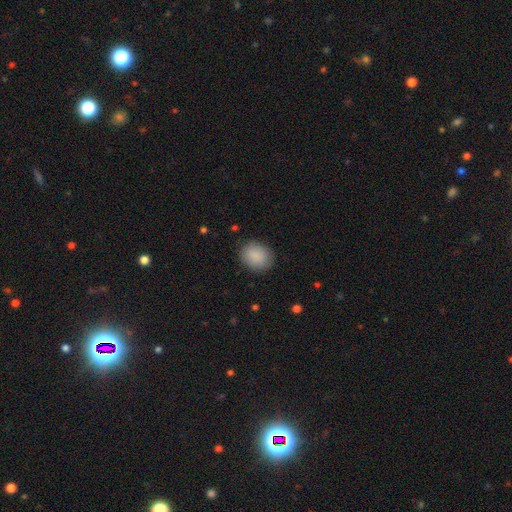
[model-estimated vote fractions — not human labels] Q: Smooth or featured?
A: smooth (89%); runner-up: star or artifact (7%)
Q: How rounded?
A: round (55%); runner-up: in between (44%)
Q: Merging?
A: none (86%); runner-up: minor disturbance (10%)